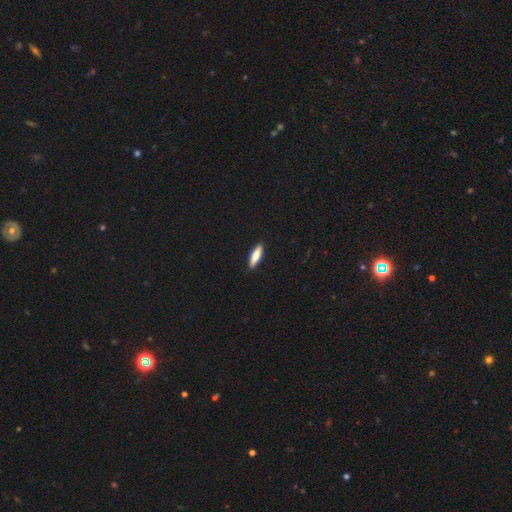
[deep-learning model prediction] Q: Smooth or featured?
A: smooth (81%); runner-up: featured or disk (14%)
Q: How rounded?
A: cigar-shaped (64%); runner-up: in between (34%)
Q: Merging?
A: none (90%); runner-up: minor disturbance (7%)